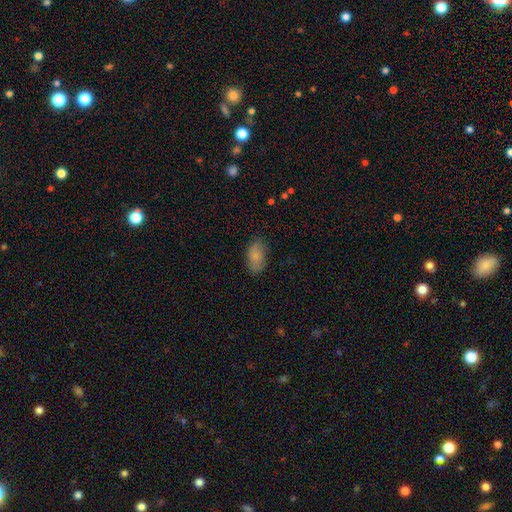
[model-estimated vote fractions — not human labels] Morphology: type=smooth (83%); roundness=in between (93%); merging=none (78%).